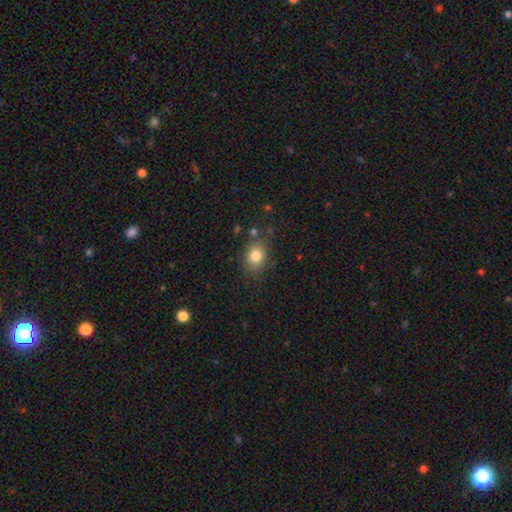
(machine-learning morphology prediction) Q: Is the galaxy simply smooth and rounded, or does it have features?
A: smooth — 81%.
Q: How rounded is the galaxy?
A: round — 50%.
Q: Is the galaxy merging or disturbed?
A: none — 77%.